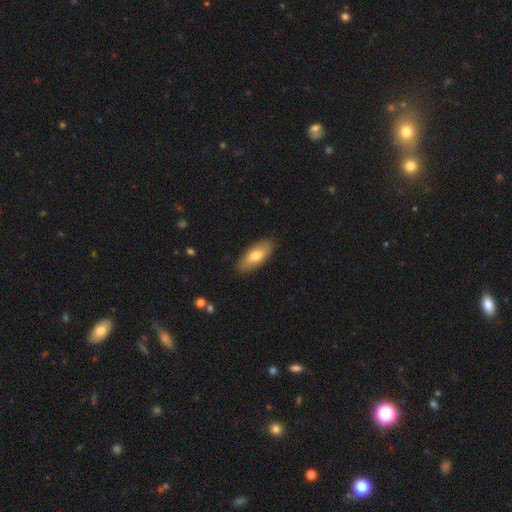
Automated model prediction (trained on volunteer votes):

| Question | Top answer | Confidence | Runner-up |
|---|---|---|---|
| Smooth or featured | smooth | 72% | featured or disk (22%) |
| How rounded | in between | 84% | cigar-shaped (14%) |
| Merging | none | 86% | minor disturbance (10%) |